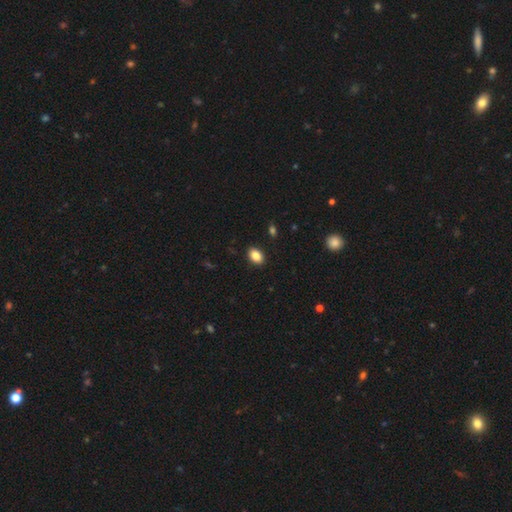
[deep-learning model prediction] Morphology: type=smooth (87%); roundness=in between (85%); merging=none (90%).